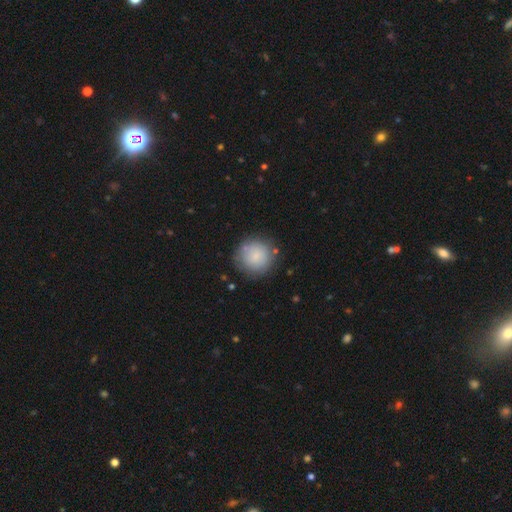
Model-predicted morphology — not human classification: smooth-or-featured: smooth: 84% | featured or disk: 9% | star or artifact: 7%
  how-rounded: round: 93% | in between: 6% | cigar-shaped: 1%
  merging: none: 79% | minor disturbance: 13% | major disturbance: 5% | merger: 4%